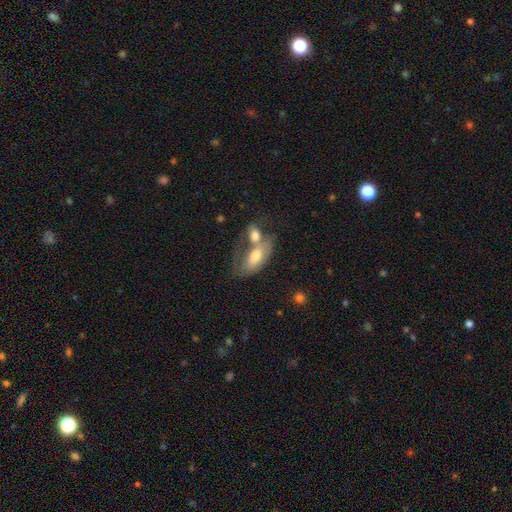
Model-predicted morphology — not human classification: A smooth galaxy with no disk features (60%) that is in between round and cigar-shaped (87%). Merging: merger (59%).